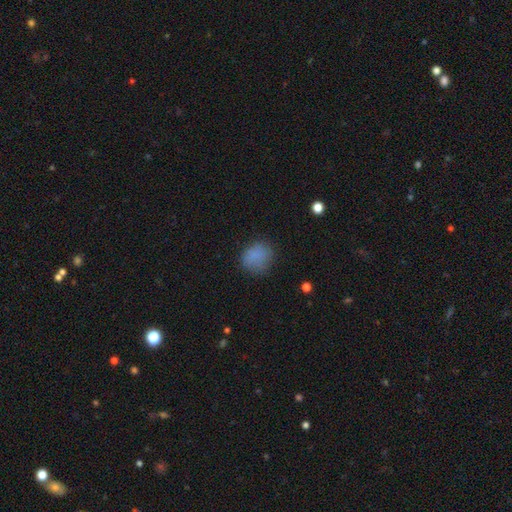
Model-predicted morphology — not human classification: Smooth or featured? smooth (82%)
How rounded? round (74%)
Merging? none (73%)